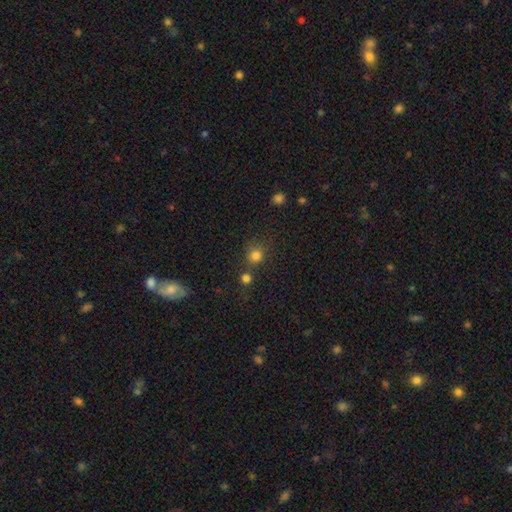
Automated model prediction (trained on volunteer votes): Q: Smooth or featured?
A: smooth (79%); runner-up: star or artifact (15%)
Q: How rounded?
A: round (90%); runner-up: in between (9%)
Q: Merging?
A: none (68%); runner-up: merger (19%)